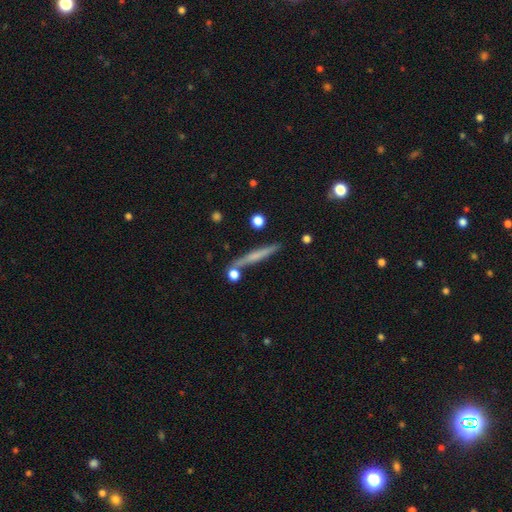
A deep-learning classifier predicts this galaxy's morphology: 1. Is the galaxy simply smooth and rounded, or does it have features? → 48% featured or disk, 45% smooth, 8% star or artifact.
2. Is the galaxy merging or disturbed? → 81% none, 10% minor disturbance, 6% merger, 3% major disturbance.